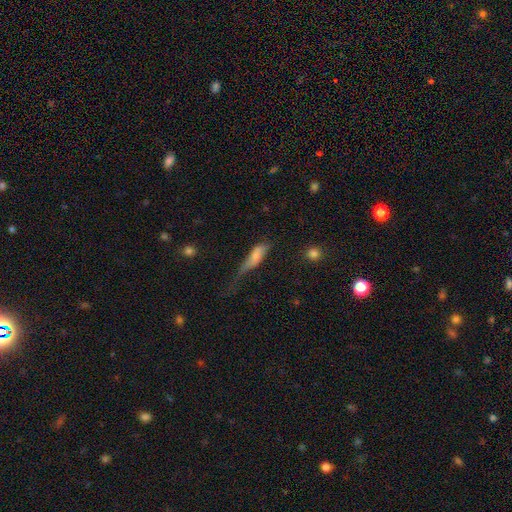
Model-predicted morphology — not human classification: smooth_or_featured: smooth (p=0.66) [alt: featured or disk p=0.25]
how_rounded: in between (p=0.58) [alt: cigar-shaped p=0.39]
merging: major disturbance (p=0.47) [alt: minor disturbance p=0.27]